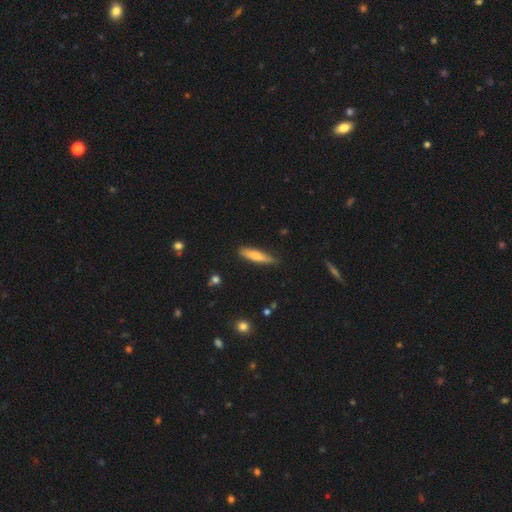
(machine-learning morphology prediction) Smooth or featured? smooth (75%)
How rounded? cigar-shaped (81%)
Merging? none (81%)